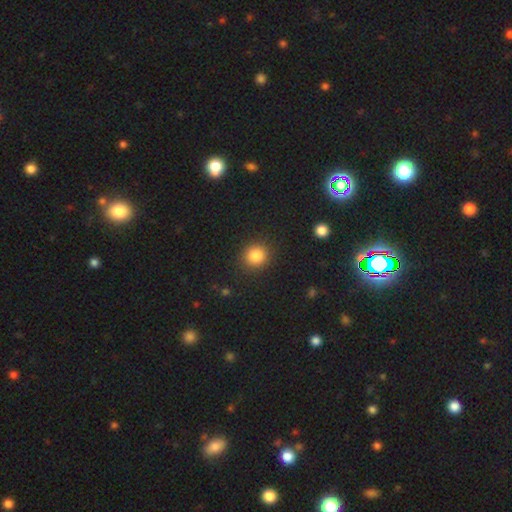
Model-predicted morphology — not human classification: Smooth or featured: smooth — 84% (star or artifact — 11%)
How rounded: round — 86% (in between — 13%)
Merging: none — 90% (minor disturbance — 7%)